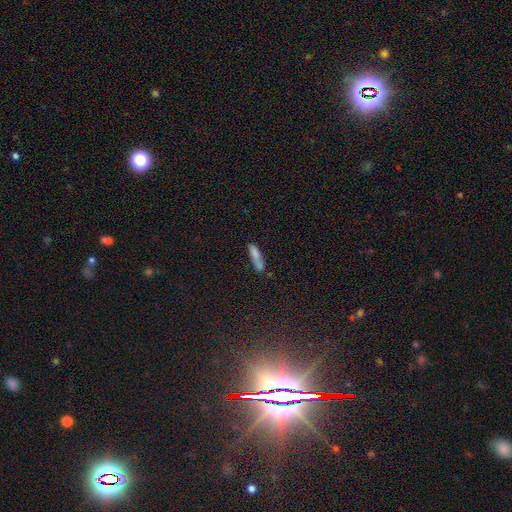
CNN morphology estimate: Smooth or featured: smooth — 76% (featured or disk — 15%)
How rounded: cigar-shaped — 71% (in between — 26%)
Merging: none — 58% (minor disturbance — 24%)